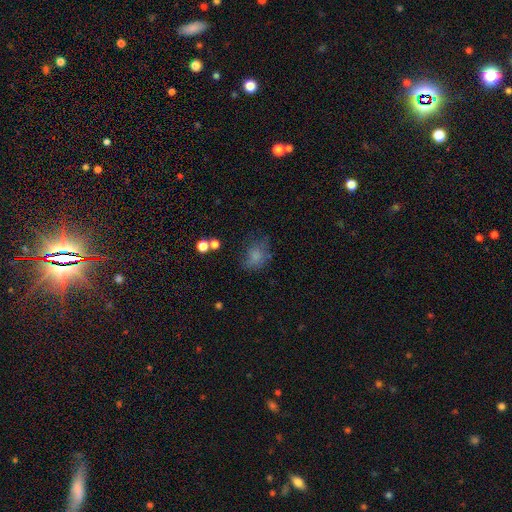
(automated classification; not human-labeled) A smooth galaxy with no disk features (73%) that is in between round and cigar-shaped (50%).

Vote fractions:
- Smooth or featured? smooth: 73% / featured or disk: 14% / star or artifact: 13%
- How rounded? in between: 50% / round: 49% / cigar-shaped: 1%
- Merging? none: 51% / minor disturbance: 27% / major disturbance: 18% / merger: 4%